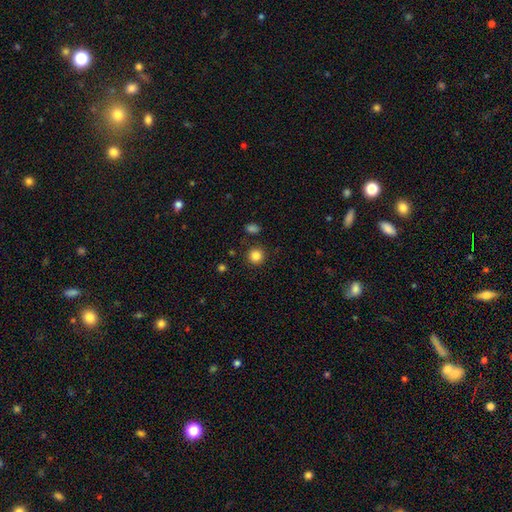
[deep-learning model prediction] This is clearly a smooth galaxy (84%). How rounded: clearly round (94%). Merging: clearly none (89%).